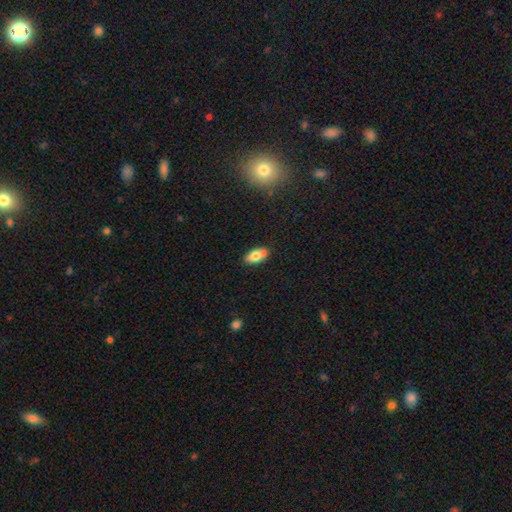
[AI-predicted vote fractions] A smooth galaxy with no disk features (74%) that is in between round and cigar-shaped (90%). Merging: none (75%).